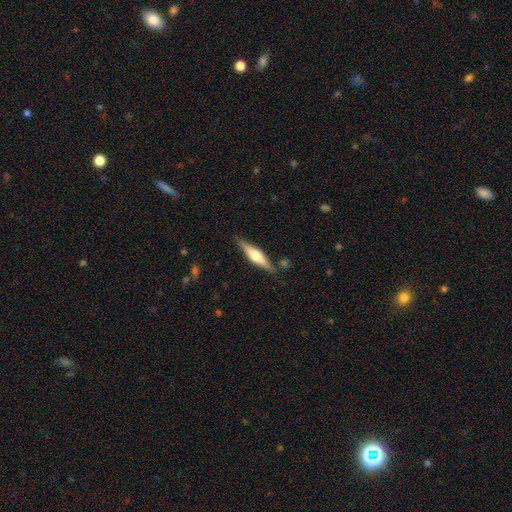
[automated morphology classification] featured or disk 64%, smooth 30%, star or artifact 6%. Down the decision tree: edge-on disk — yes (96%); edge-on bulge — rounded (89%); merging — none (85%).